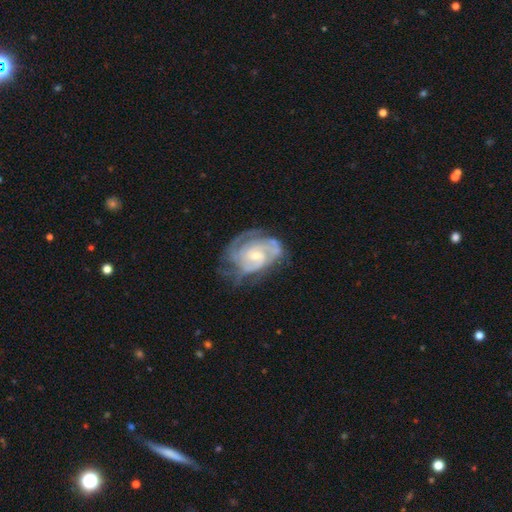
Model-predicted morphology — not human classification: Smooth or featured? Predicted: featured or disk (p=0.89). Edge-on disk? Predicted: no (p=0.98). Bar? Predicted: no (p=0.60). Spiral arms? Predicted: yes (p=0.97). Spiral winding? Predicted: tight (p=0.66). Spiral arm count? Predicted: 2 (p=0.32). Bulge size? Predicted: small (p=0.62). Merging? Predicted: none (p=0.57).